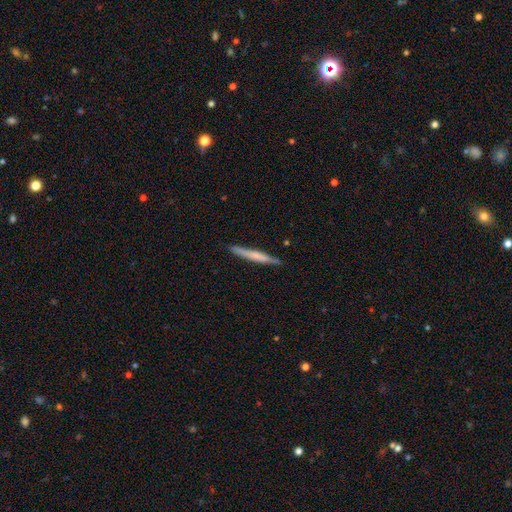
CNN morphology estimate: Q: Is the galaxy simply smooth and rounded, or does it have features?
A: smooth — 57%.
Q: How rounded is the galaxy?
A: cigar-shaped — 96%.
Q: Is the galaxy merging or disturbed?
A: none — 88%.